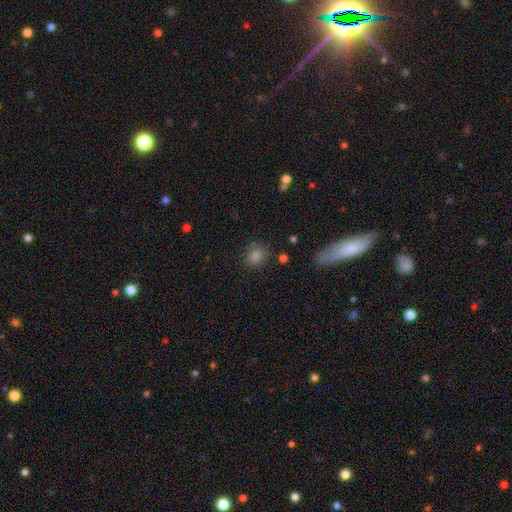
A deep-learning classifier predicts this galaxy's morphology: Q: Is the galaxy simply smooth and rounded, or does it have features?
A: smooth — 77%.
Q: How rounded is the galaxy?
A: round — 58%.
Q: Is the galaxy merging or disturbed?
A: none — 78%.